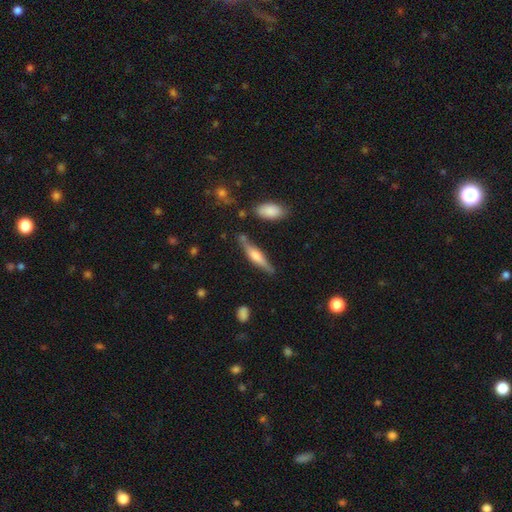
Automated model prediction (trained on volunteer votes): Smooth or featured? featured or disk (57%)
Edge-on disk? yes (95%)
Edge-on bulge? rounded (75%)
Merging? none (78%)